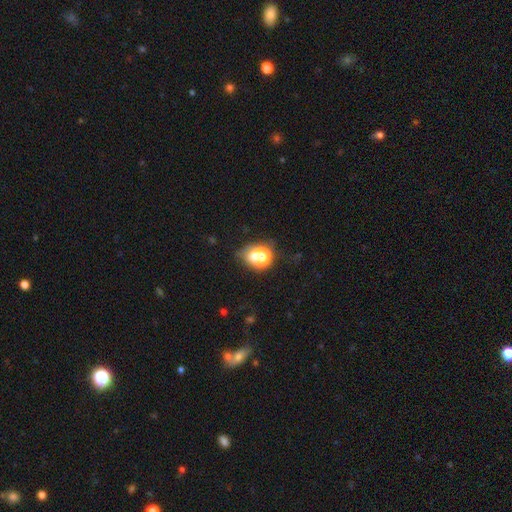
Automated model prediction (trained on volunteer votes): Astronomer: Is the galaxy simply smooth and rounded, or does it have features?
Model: smooth — 63%.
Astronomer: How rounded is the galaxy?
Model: in between — 54% (runner-up: round, 44%).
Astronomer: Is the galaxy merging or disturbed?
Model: none — 40% (runner-up: merger, 29%).